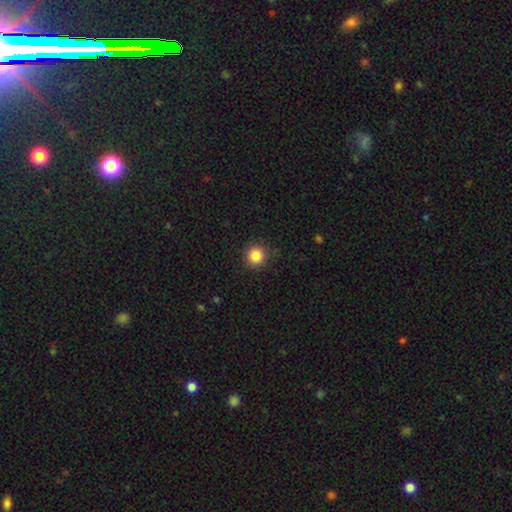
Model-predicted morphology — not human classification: A smooth galaxy with no disk features (86%) that is round (94%). Merging: none (90%).